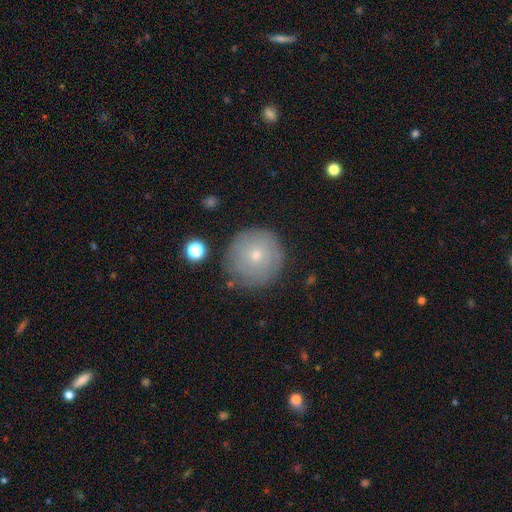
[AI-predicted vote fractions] Smooth or featured? Predicted: smooth (p=0.50). Merging? Predicted: none (p=0.79).